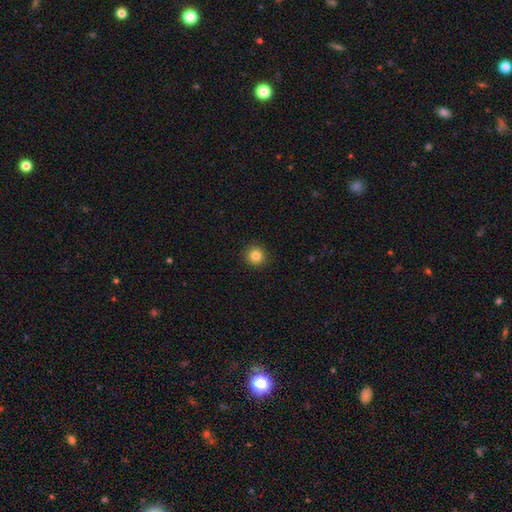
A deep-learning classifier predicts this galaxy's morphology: smooth_or_featured: smooth (p=0.84) [alt: star or artifact p=0.11]
how_rounded: round (p=0.95) [alt: in between p=0.04]
merging: none (p=0.92) [alt: minor disturbance p=0.05]